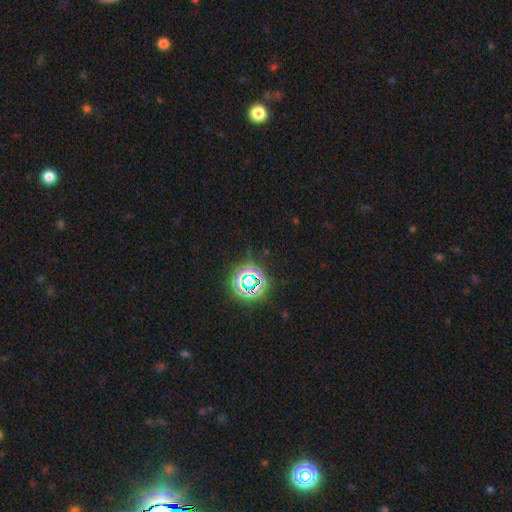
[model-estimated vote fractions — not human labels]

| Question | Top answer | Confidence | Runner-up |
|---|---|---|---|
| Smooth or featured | star or artifact | 50% | smooth (40%) |